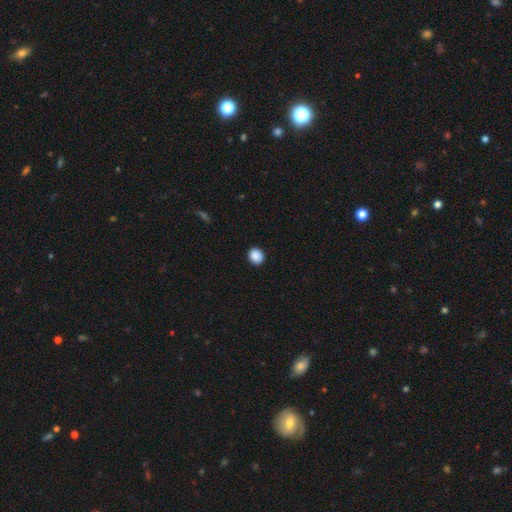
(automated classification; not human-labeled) This is clearly a smooth galaxy (89%). How rounded: likely round (76%). Merging: clearly none (92%).